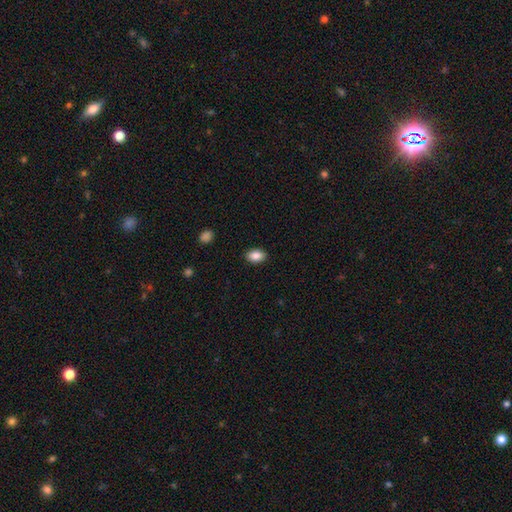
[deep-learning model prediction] smooth-or-featured: smooth: 87% | star or artifact: 8% | featured or disk: 5%
  how-rounded: in between: 86% | round: 13% | cigar-shaped: 1%
  merging: none: 89% | minor disturbance: 8% | major disturbance: 2% | merger: 1%